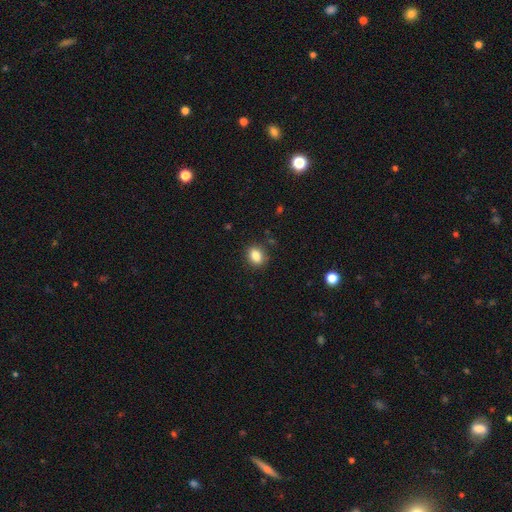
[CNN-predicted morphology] The model was most divided on "how rounded": in between: 65%, round: 33%, cigar-shaped: 2%. More confident: merging — none (87%); smooth or featured — smooth (85%).